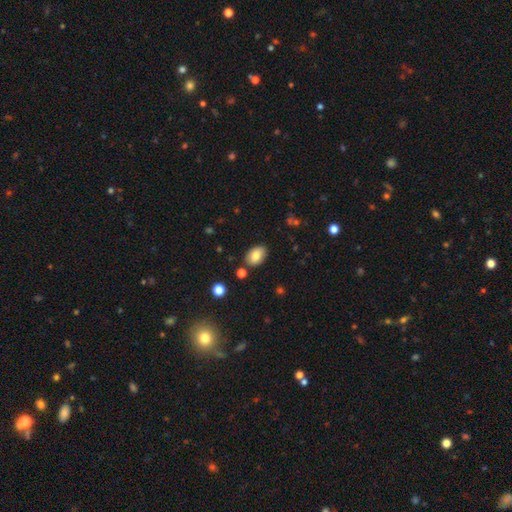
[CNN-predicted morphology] Overall: smooth (79%). How rounded: in between (87%). Merging: none (84%).